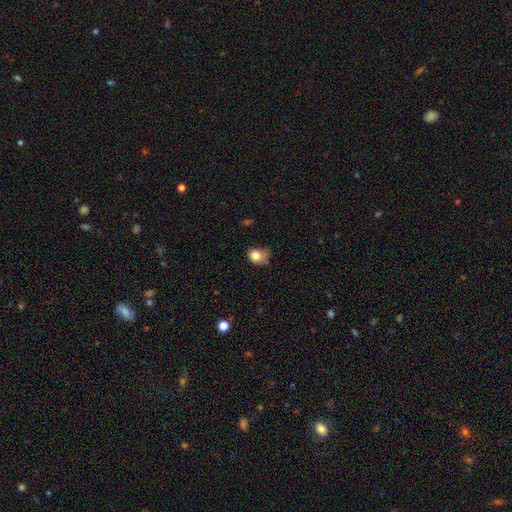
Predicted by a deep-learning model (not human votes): smooth 79%, star or artifact 11%, featured or disk 10%. Down the decision tree: how rounded — round (57%); merging — minor disturbance (40%).